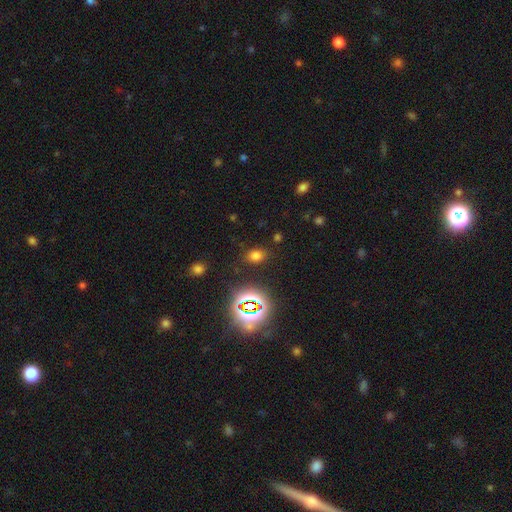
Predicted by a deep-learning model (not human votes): This is likely a smooth galaxy (65%). How rounded: likely in between (62%). Merging: clearly none (82%).